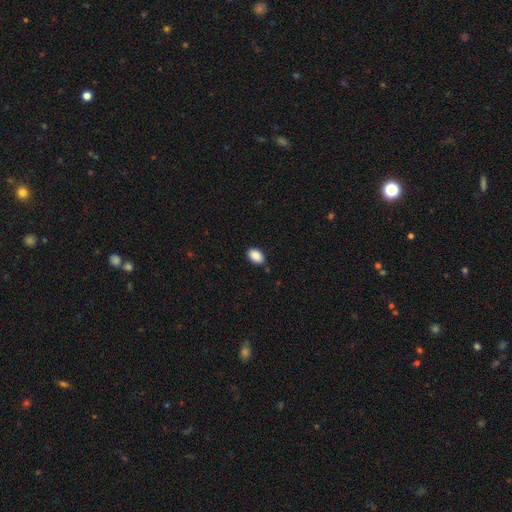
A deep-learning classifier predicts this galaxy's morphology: A smooth galaxy with no disk features (89%) that is in between round and cigar-shaped (88%).

Vote fractions:
- Smooth or featured? smooth: 89% / star or artifact: 8% / featured or disk: 3%
- How rounded? in between: 88% / round: 11% / cigar-shaped: 1%
- Merging? none: 85% / minor disturbance: 11% / major disturbance: 2% / merger: 1%